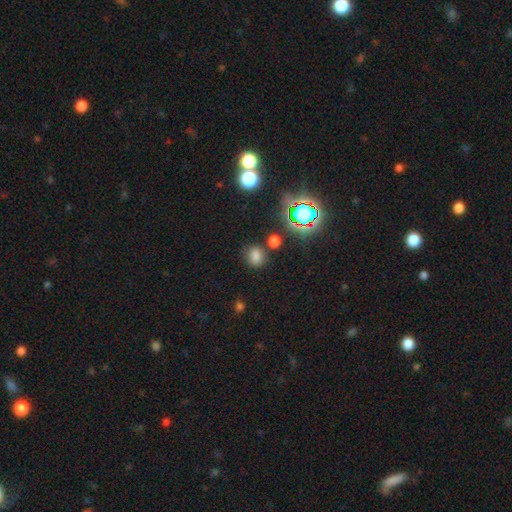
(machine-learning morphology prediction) Smooth or featured? smooth (72%)
How rounded? round (63%)
Merging? none (76%)